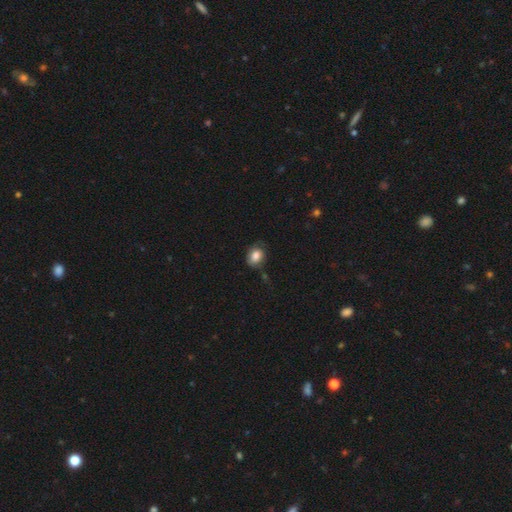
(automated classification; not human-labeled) Smooth or featured? Predicted: smooth (p=0.81). How rounded? Predicted: in between (p=0.52). Merging? Predicted: none (p=0.62).